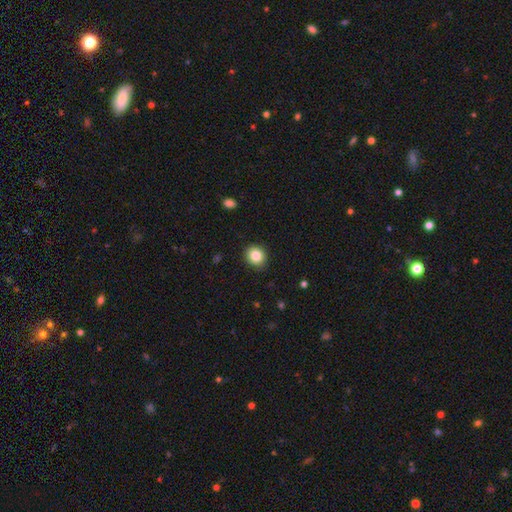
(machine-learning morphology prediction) The model was most divided on "how rounded": round: 78%, in between: 21%, cigar-shaped: 1%. More confident: merging — none (89%); smooth or featured — smooth (84%).